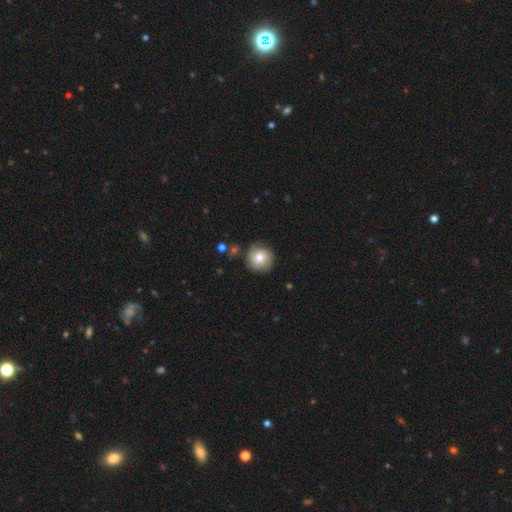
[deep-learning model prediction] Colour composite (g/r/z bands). It shows a smooth galaxy with no disk features (64%) that is round (92%). Merging: none (73%).